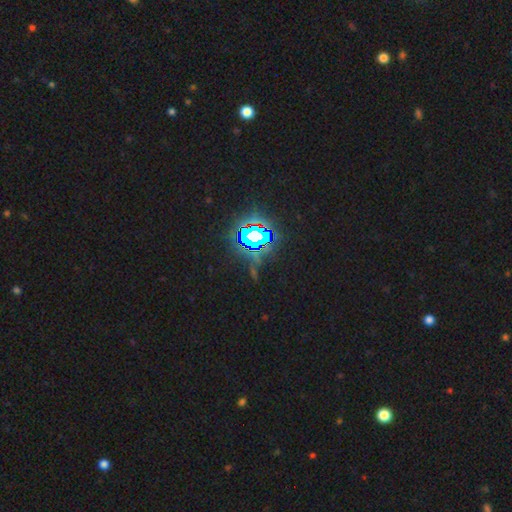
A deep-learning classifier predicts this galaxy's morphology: A star or artifact, not a galaxy (82%).